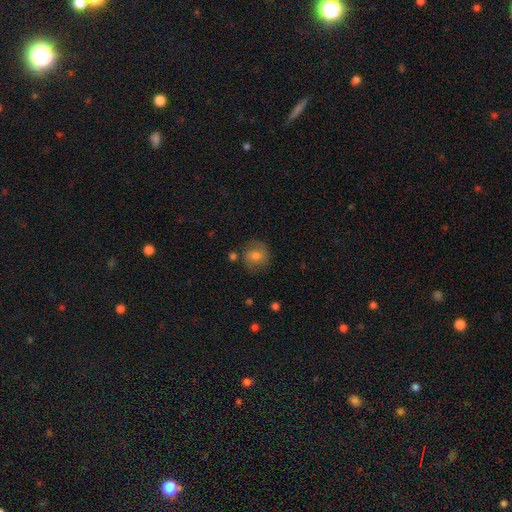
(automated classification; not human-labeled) Smooth or featured?
  - smooth: 67% *
  - featured or disk: 23%
  - star or artifact: 10%
How rounded?
  - round: 79% *
  - in between: 20%
  - cigar-shaped: 1%
Merging?
  - none: 71% *
  - minor disturbance: 18%
  - major disturbance: 7%
  - merger: 4%